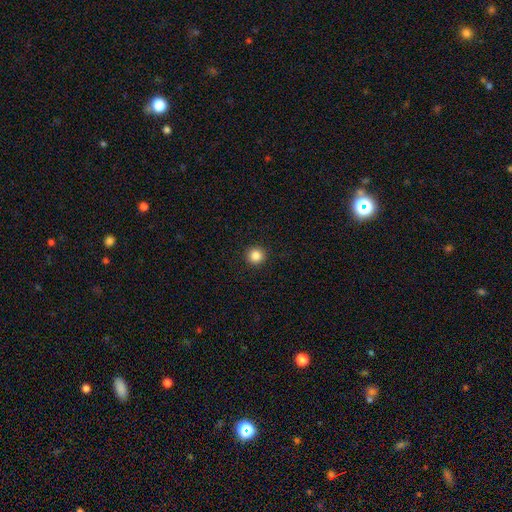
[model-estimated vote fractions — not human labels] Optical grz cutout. It shows a smooth galaxy with no disk features (86%) that is round (95%). Merging: none (93%).